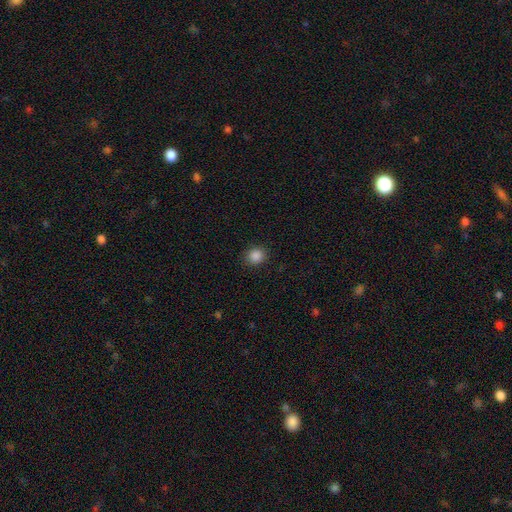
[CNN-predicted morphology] This is clearly a smooth galaxy (86%). How rounded: likely round (74%). Merging: clearly none (89%).